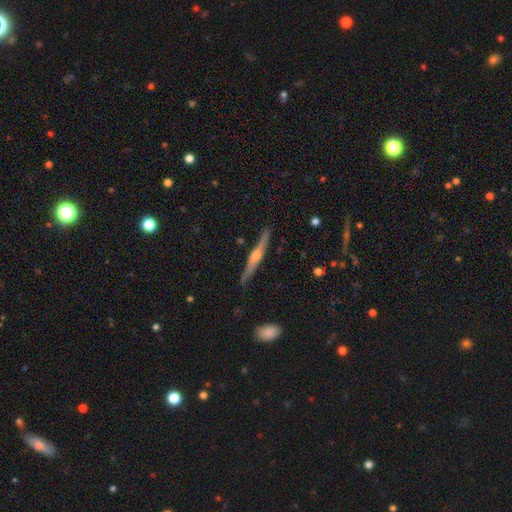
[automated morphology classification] smooth-or-featured: featured or disk: 80% | smooth: 14% | star or artifact: 5%
  disk-edge-on: yes: 98% | no: 2%
    edge-on-bulge: rounded: 89% | boxy: 6% | none: 5%
  merging: none: 90% | minor disturbance: 7% | major disturbance: 1% | merger: 1%